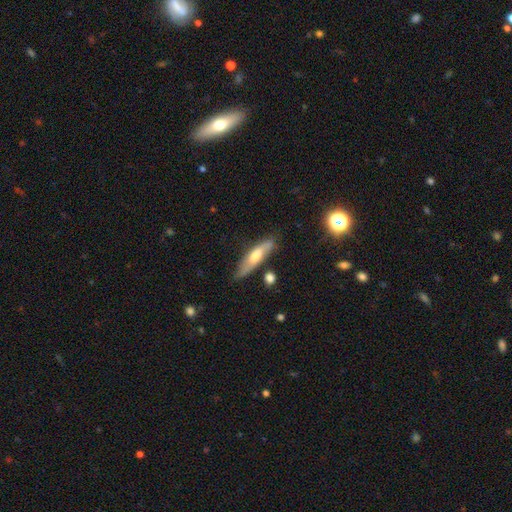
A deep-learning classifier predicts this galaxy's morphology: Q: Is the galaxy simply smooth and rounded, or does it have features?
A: smooth — 50%.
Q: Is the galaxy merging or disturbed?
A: none — 72%.